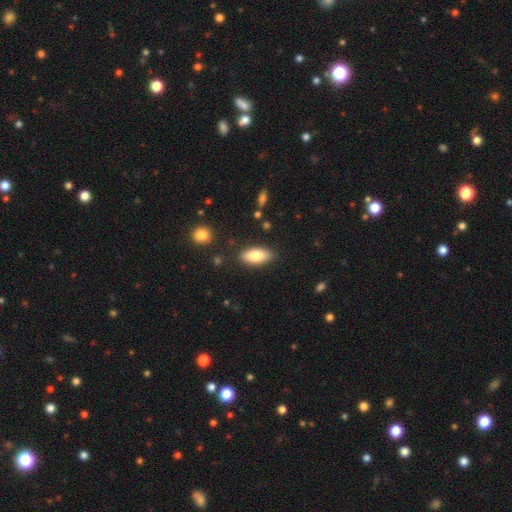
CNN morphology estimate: A smooth galaxy with no disk features (78%) that is in between round and cigar-shaped (89%).

Vote fractions:
- Smooth or featured? smooth: 78% / featured or disk: 15% / star or artifact: 7%
- How rounded? in between: 89% / cigar-shaped: 8% / round: 3%
- Merging? none: 85% / minor disturbance: 10% / major disturbance: 2% / merger: 2%